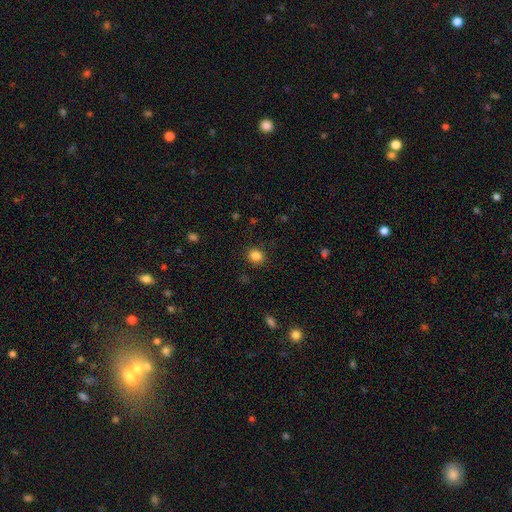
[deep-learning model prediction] A smooth galaxy with no disk features (85%) that is round (81%).

Vote fractions:
- Smooth or featured? smooth: 85% / star or artifact: 11% / featured or disk: 4%
- How rounded? round: 81% / in between: 18% / cigar-shaped: 1%
- Merging? none: 89% / minor disturbance: 7% / major disturbance: 2% / merger: 1%